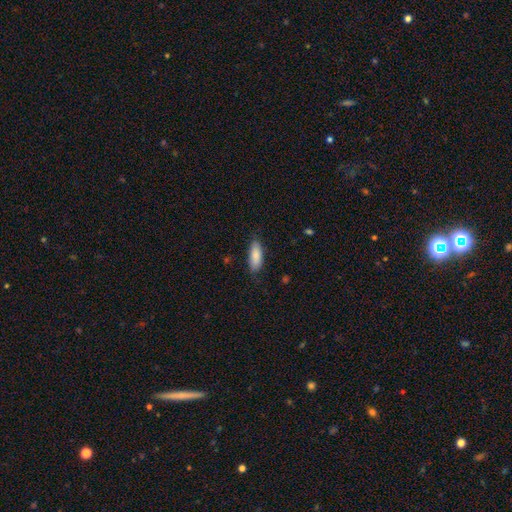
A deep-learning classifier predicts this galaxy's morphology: smooth_or_featured: smooth (p=0.85) [alt: featured or disk p=0.09]
how_rounded: in between (p=0.73) [alt: cigar-shaped p=0.25]
merging: none (p=0.78) [alt: minor disturbance p=0.18]